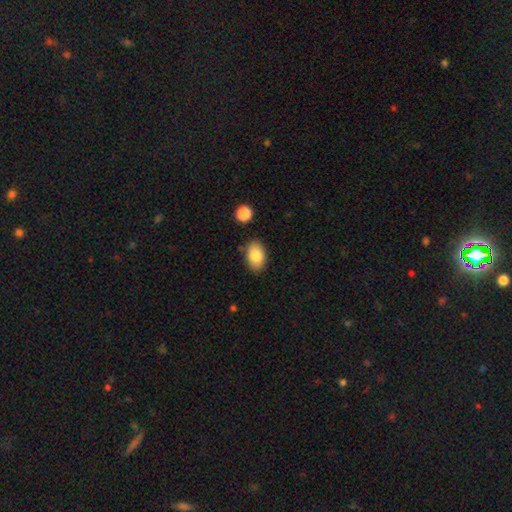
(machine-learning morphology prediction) Smooth or featured?
  - smooth: 84% *
  - featured or disk: 9%
  - star or artifact: 7%
How rounded?
  - in between: 85% *
  - round: 14%
  - cigar-shaped: 1%
Merging?
  - none: 83% *
  - minor disturbance: 11%
  - merger: 3%
  - major disturbance: 2%